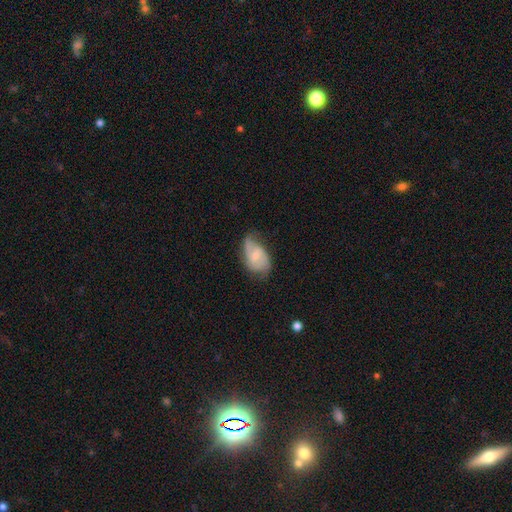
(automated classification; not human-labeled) Smooth or featured? featured or disk (71%)
Edge-on disk? no (97%)
Bar? no (46%)
Spiral arms? yes (92%)
Spiral winding? medium (47%)
Spiral arm count? 2 (69%)
Bulge size? small (60%)
Merging? none (58%)